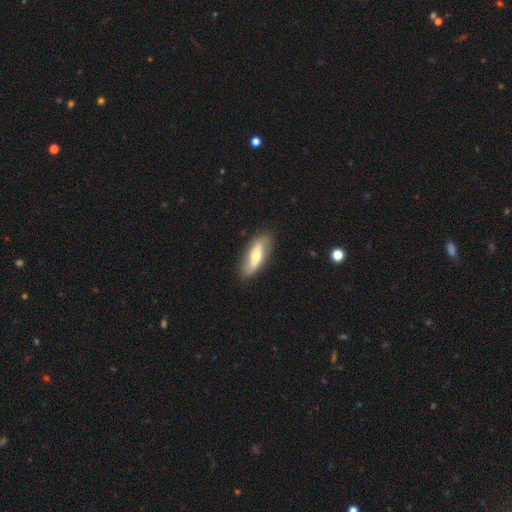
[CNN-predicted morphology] Smooth or featured? Predicted: featured or disk (p=0.56). Edge-on disk? Predicted: no (p=0.77). Merging? Predicted: none (p=0.85).